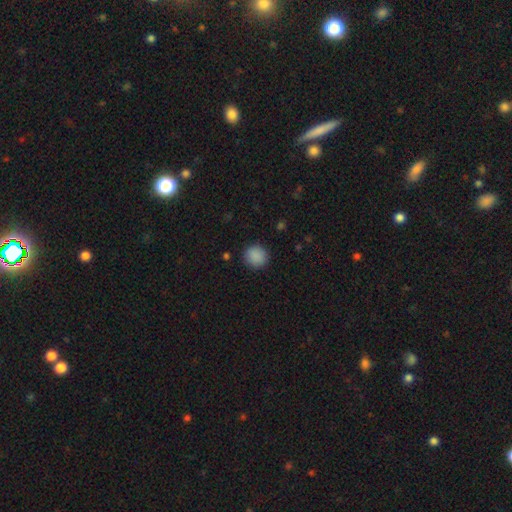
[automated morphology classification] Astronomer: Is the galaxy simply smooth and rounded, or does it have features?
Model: smooth — 88%.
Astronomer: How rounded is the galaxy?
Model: round — 86%.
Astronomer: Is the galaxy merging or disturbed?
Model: none — 89%.